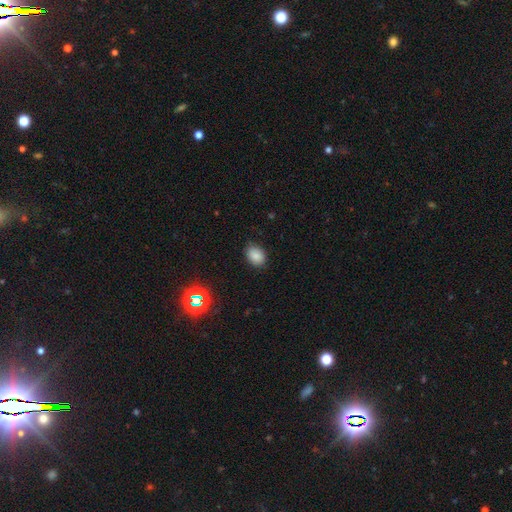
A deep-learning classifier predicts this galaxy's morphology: smooth 84%, star or artifact 11%, featured or disk 4%. Down the decision tree: how rounded — in between (66%); merging — none (80%).